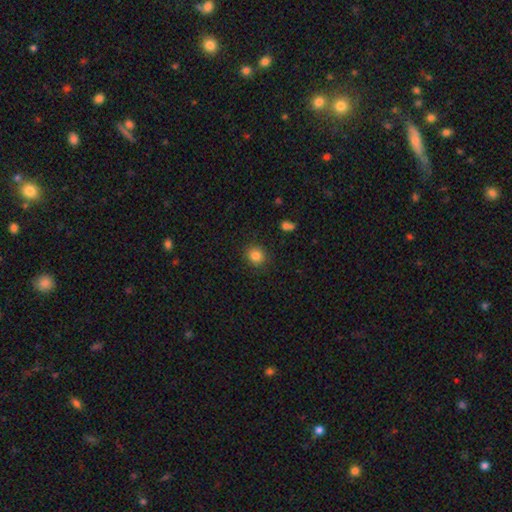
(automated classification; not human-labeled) Smooth or featured: smooth — 85% (star or artifact — 11%)
How rounded: round — 86% (in between — 13%)
Merging: none — 89% (minor disturbance — 7%)